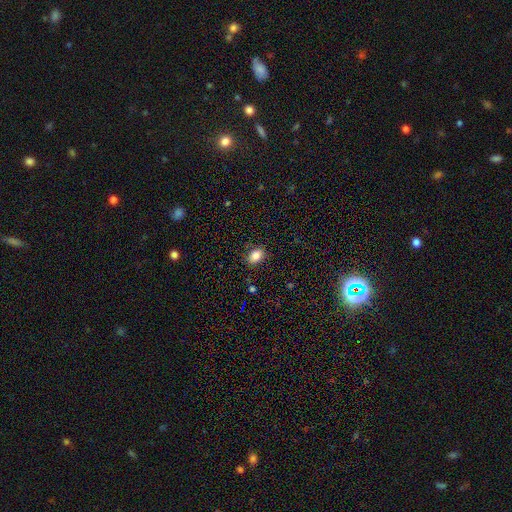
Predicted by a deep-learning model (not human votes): Smooth or featured? smooth (84%)
How rounded? in between (71%)
Merging? none (85%)